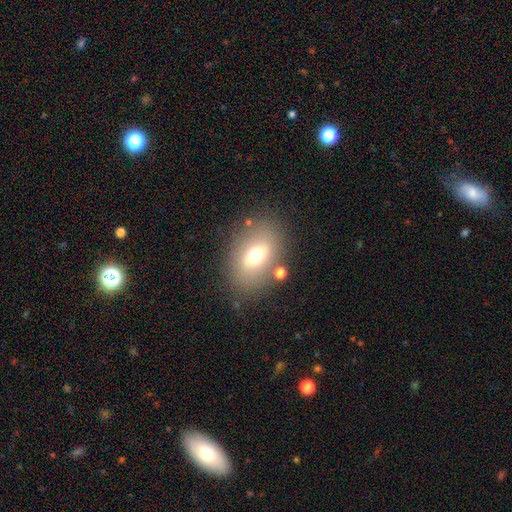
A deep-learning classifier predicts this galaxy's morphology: Smooth or featured? Predicted: smooth (p=0.61). How rounded? Predicted: in between (p=0.77). Merging? Predicted: none (p=0.77).